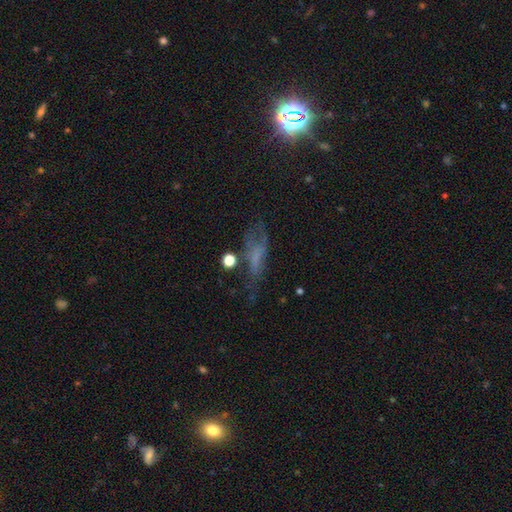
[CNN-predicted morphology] This is marginally a smooth galaxy (40%). Merging: marginally none (41%).